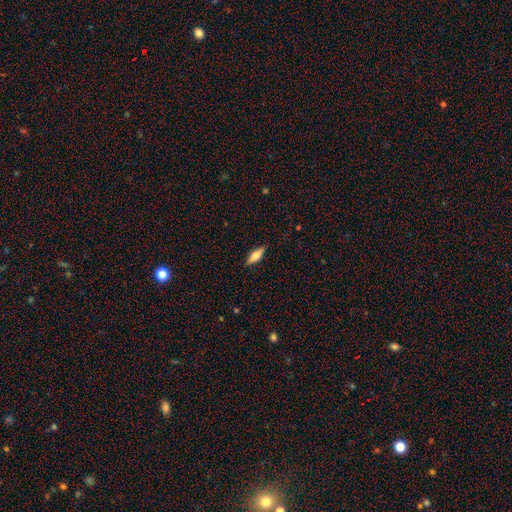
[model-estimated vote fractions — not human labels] Morphology: type=smooth (64%); roundness=cigar-shaped (51%); merging=none (87%).